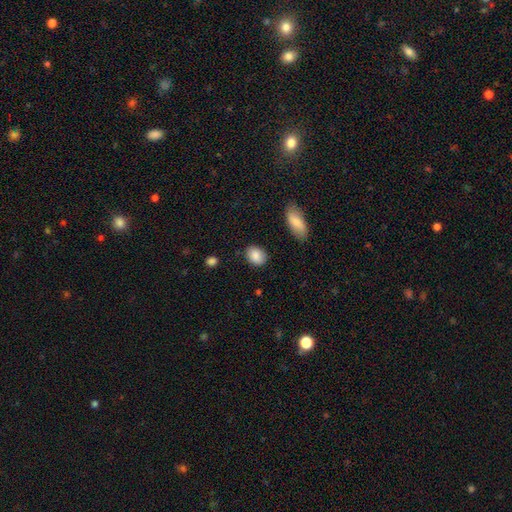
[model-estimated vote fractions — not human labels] A smooth galaxy with no disk features (86%) that is in between round and cigar-shaped (62%). Merging: none (83%).